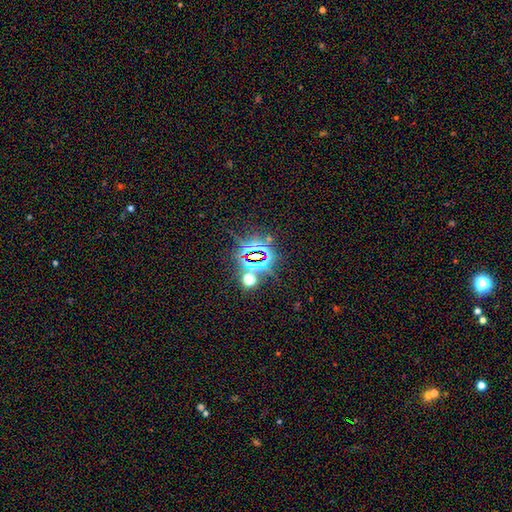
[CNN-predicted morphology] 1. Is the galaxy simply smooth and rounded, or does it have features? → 79% star or artifact, 12% smooth, 9% featured or disk.